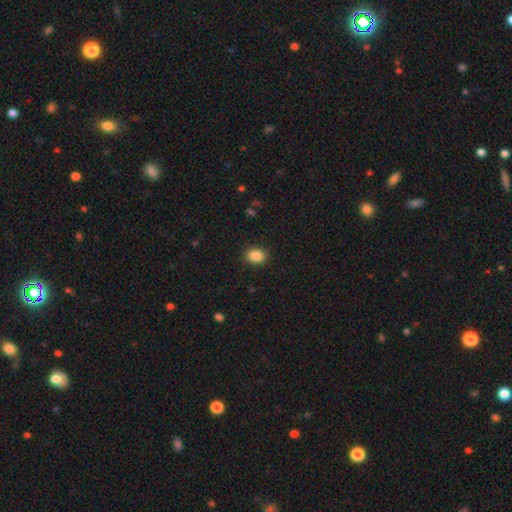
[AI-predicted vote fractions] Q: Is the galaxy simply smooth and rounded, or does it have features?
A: smooth — 87%.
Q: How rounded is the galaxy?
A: in between — 65%.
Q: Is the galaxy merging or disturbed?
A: none — 87%.